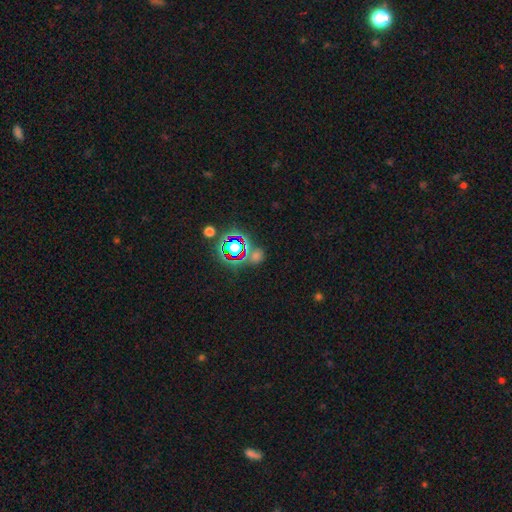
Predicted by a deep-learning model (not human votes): This appears to be a star or artifact, not a galaxy (50%).